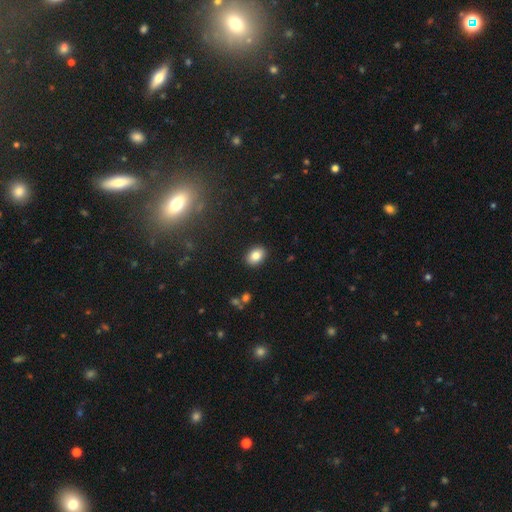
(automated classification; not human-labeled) Q: Smooth or featured?
A: smooth (83%); runner-up: star or artifact (9%)
Q: How rounded?
A: in between (78%); runner-up: round (21%)
Q: Merging?
A: none (89%); runner-up: minor disturbance (7%)